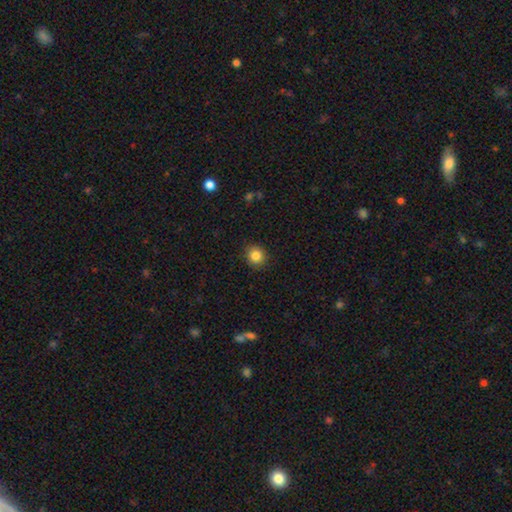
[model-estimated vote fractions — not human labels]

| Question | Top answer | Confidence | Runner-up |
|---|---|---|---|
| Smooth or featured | smooth | 85% | star or artifact (11%) |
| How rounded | round | 86% | in between (13%) |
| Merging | none | 90% | minor disturbance (7%) |